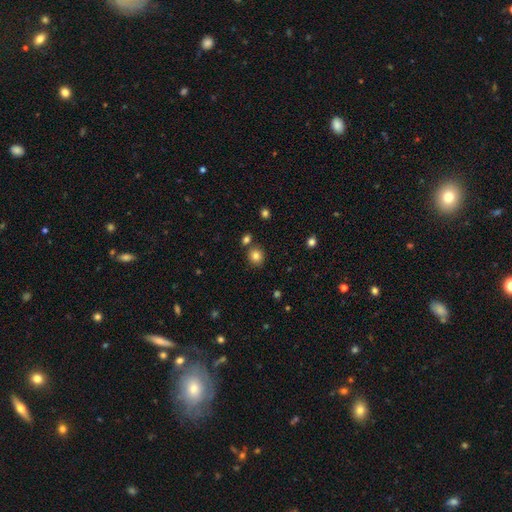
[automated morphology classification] Smooth or featured: smooth — 82% (star or artifact — 12%)
How rounded: round — 83% (in between — 16%)
Merging: none — 79% (merger — 10%)